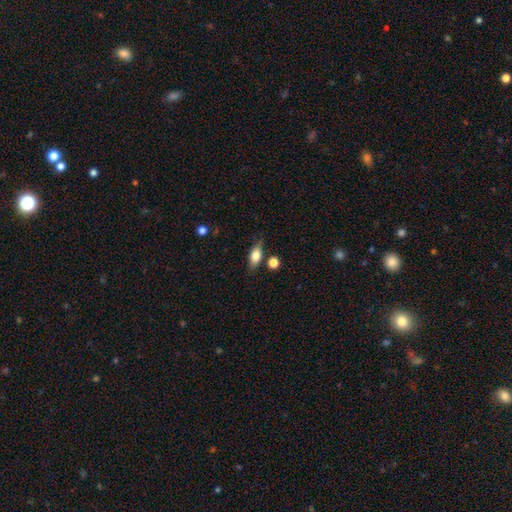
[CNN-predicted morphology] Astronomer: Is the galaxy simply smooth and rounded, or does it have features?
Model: smooth — 75%.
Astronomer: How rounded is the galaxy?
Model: in between — 81%.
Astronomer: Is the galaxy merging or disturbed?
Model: none — 71%.